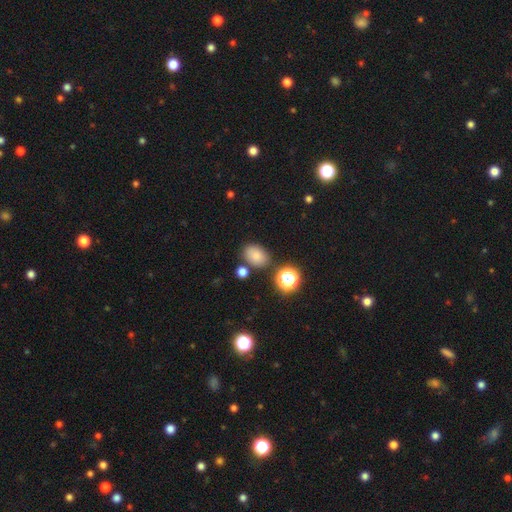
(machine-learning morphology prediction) Smooth or featured: smooth — 76% (star or artifact — 15%)
How rounded: in between — 72% (round — 27%)
Merging: none — 76% (minor disturbance — 13%)